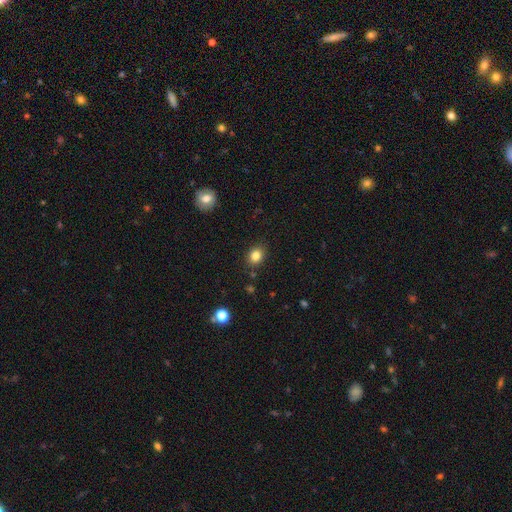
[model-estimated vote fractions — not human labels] Overall: smooth (83%). How rounded: round (53%; in between 46%). Merging: none (86%).